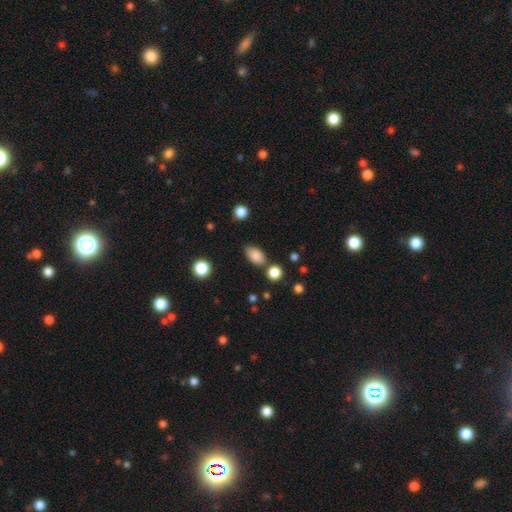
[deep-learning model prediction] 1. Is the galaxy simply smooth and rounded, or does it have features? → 85% smooth, 9% star or artifact, 6% featured or disk.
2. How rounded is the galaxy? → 89% in between, 9% round, 2% cigar-shaped.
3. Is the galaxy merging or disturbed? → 74% none, 15% minor disturbance, 8% merger, 4% major disturbance.